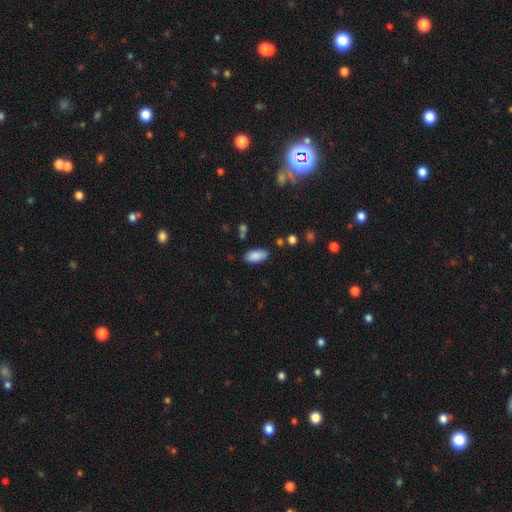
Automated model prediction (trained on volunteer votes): Smooth or featured?
  - smooth: 87% *
  - star or artifact: 7%
  - featured or disk: 5%
How rounded?
  - in between: 91% *
  - cigar-shaped: 7%
  - round: 2%
Merging?
  - none: 80% *
  - minor disturbance: 14%
  - merger: 3%
  - major disturbance: 3%